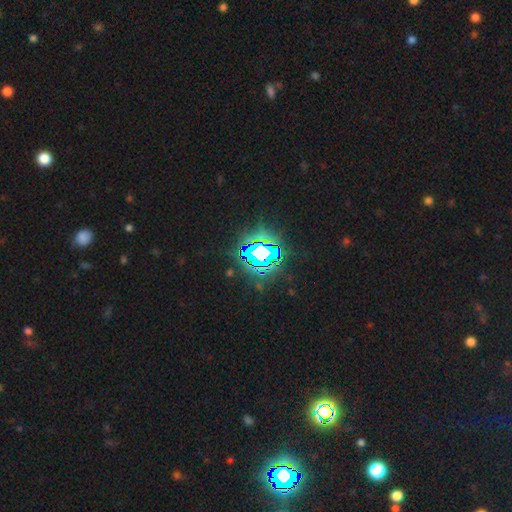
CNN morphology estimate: This appears to be a star or artifact, not a galaxy (74%).